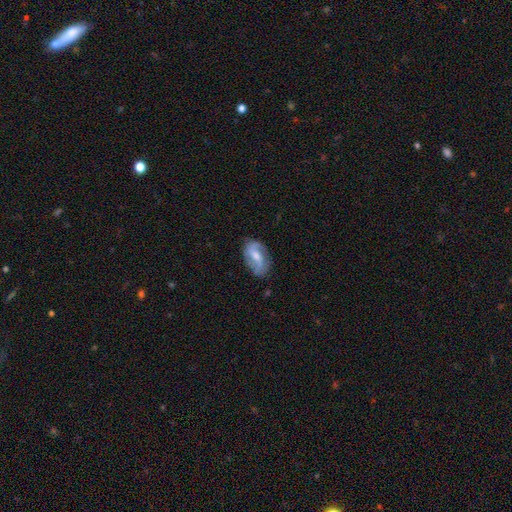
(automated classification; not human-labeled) smooth_or_featured: featured or disk (p=0.70) [alt: smooth p=0.24]
disk_edge_on: no (p=0.96) [alt: yes p=0.04]
bar: weak (p=0.50) [alt: no p=0.27]
has_spiral_arms: yes (p=0.90) [alt: no p=0.10]
spiral_winding: loose (p=0.43) [alt: medium p=0.41]
spiral_arm_count: 2 (p=0.84) [alt: can't tell p=0.08]
bulge_size: moderate (p=0.52) [alt: small p=0.31]
merging: none (p=0.71) [alt: minor disturbance p=0.20]